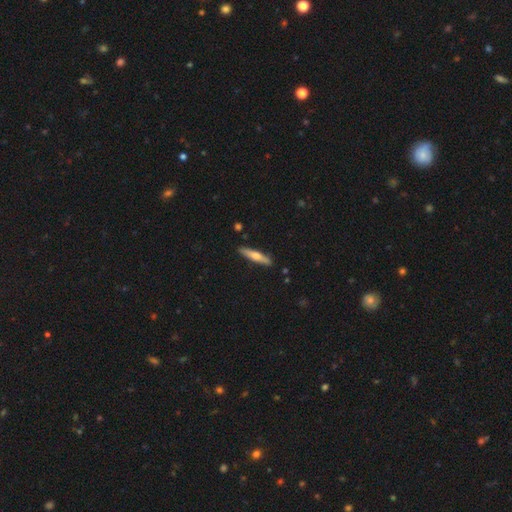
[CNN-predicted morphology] type=smooth (50%); merging=none (89%).